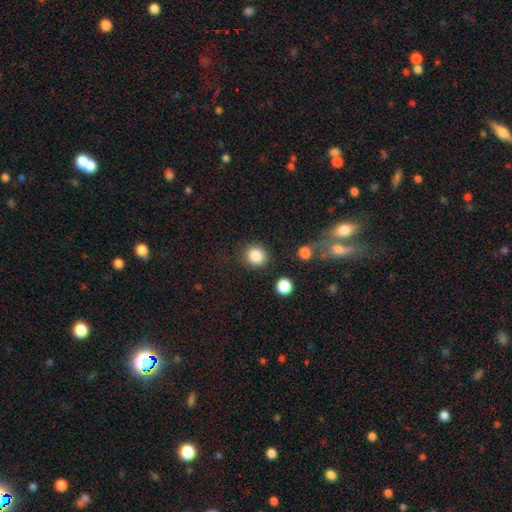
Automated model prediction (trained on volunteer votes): smooth 86%, star or artifact 10%, featured or disk 4%. Down the decision tree: how rounded — round (86%); merging — none (83%).